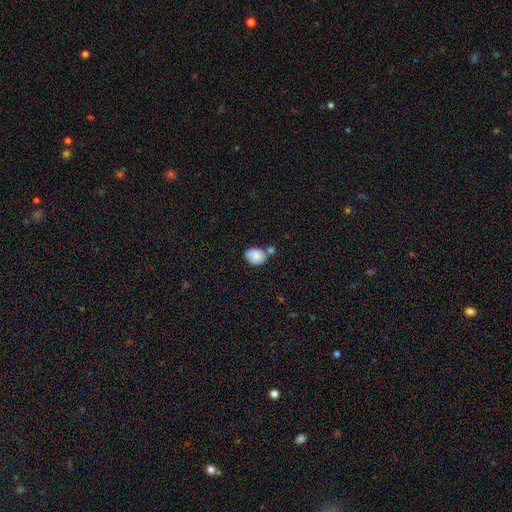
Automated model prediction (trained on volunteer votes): A smooth galaxy with no disk features (86%) that is in between round and cigar-shaped (60%).

Vote fractions:
- Smooth or featured? smooth: 86% / star or artifact: 8% / featured or disk: 6%
- How rounded? in between: 60% / round: 39% / cigar-shaped: 1%
- Merging? none: 52% / merger: 25% / minor disturbance: 18% / major disturbance: 5%